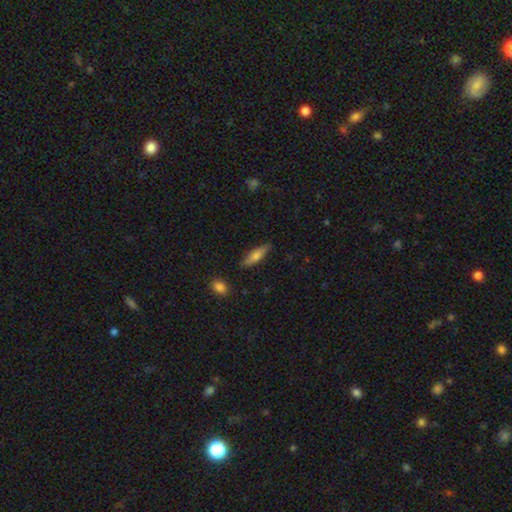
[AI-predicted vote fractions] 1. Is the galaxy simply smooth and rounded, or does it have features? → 68% smooth, 25% featured or disk, 7% star or artifact.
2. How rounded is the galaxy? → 61% cigar-shaped, 36% in between, 2% round.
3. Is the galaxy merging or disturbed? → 80% none, 15% minor disturbance, 3% major disturbance, 2% merger.